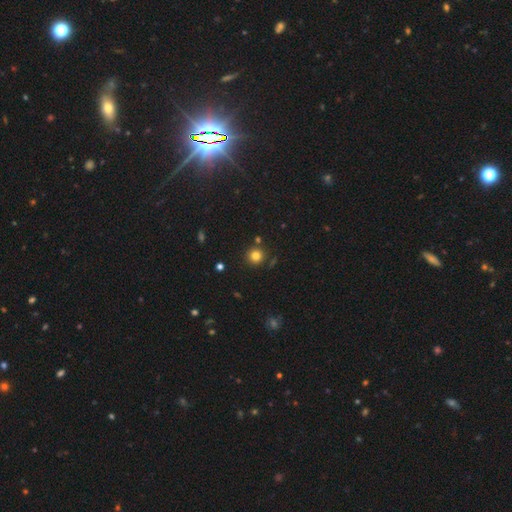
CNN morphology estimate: The model was most divided on "smooth or featured": smooth: 80%, star or artifact: 14%, featured or disk: 6%. More confident: how rounded — round (94%); merging — none (86%).